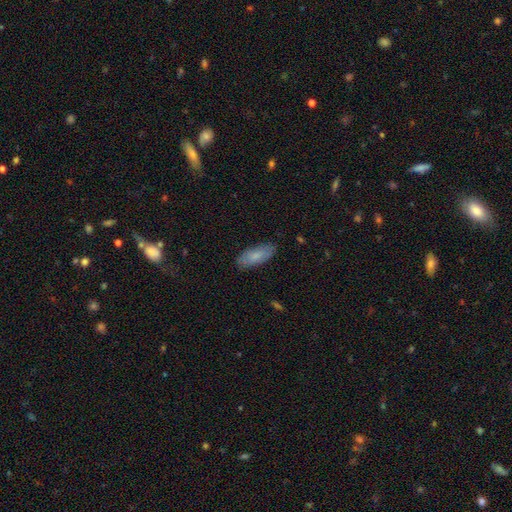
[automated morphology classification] A smooth galaxy with no disk features (79%) that is in between round and cigar-shaped (71%).

Vote fractions:
- Smooth or featured? smooth: 79% / featured or disk: 15% / star or artifact: 6%
- How rounded? in between: 71% / cigar-shaped: 27% / round: 2%
- Merging? none: 85% / minor disturbance: 12% / major disturbance: 2% / merger: 1%